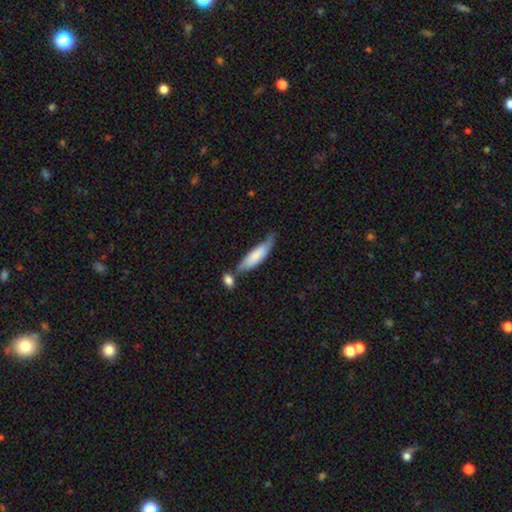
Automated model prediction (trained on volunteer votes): Smooth or featured: smooth — 73% (featured or disk — 21%)
How rounded: cigar-shaped — 62% (in between — 37%)
Merging: none — 45% (minor disturbance — 26%)